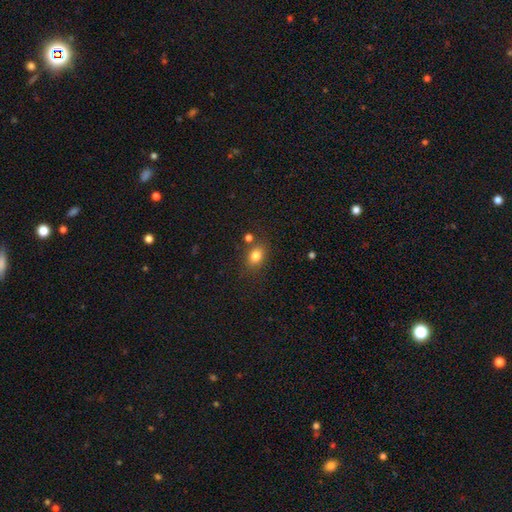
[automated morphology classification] type=smooth (81%); roundness=in between (64%); merging=none (73%).